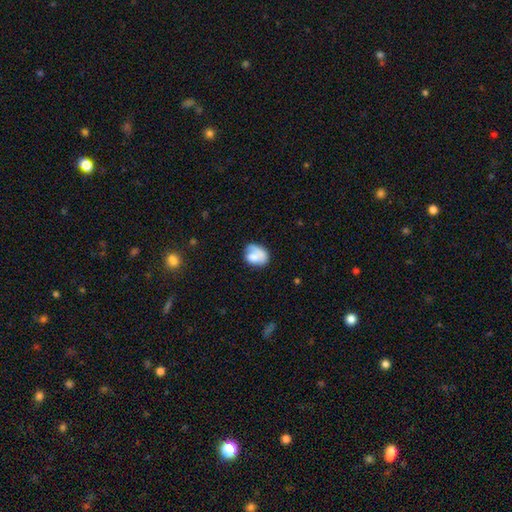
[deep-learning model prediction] This appears to be a smooth galaxy with no disk features (64%) that is in between round and cigar-shaped (67%). Merging: none (48%).